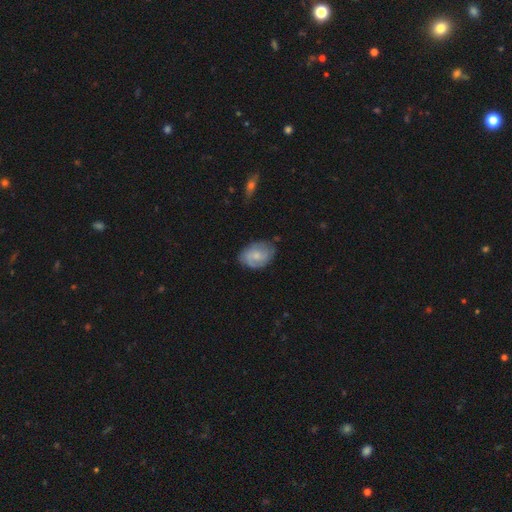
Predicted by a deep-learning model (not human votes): Smooth or featured? smooth (55%)
How rounded? in between (79%)
Merging? none (67%)